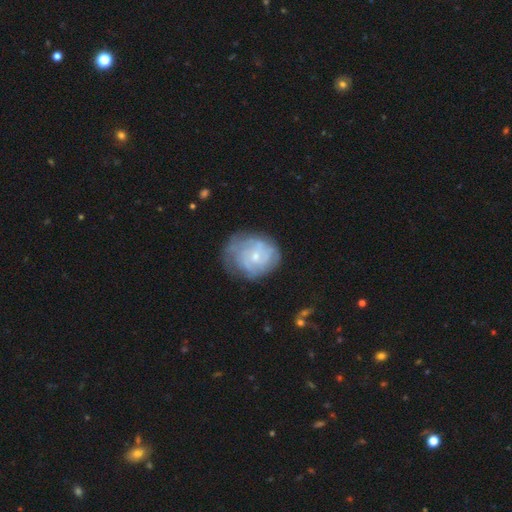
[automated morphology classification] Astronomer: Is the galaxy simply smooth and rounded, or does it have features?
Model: featured or disk — 65%.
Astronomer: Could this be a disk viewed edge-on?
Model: no — 98%.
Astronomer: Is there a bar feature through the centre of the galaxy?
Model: no — 70%.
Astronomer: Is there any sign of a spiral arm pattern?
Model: yes — 75%.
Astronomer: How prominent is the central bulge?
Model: small — 66%.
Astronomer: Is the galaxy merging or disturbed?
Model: none — 59%.